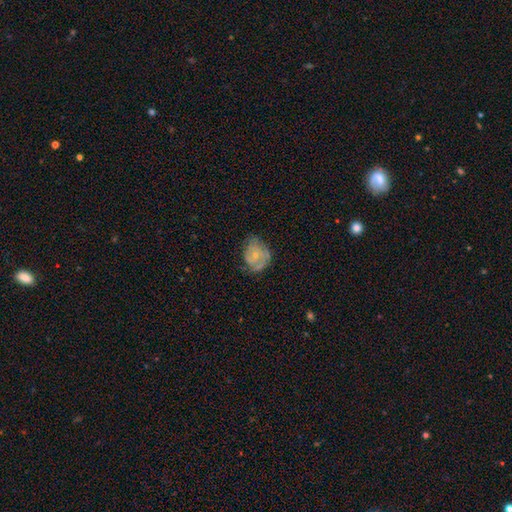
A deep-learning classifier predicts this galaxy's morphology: Smooth or featured? Predicted: featured or disk (p=0.60). Edge-on disk? Predicted: no (p=0.97). Bar? Predicted: no (p=0.80). Spiral arms? Predicted: yes (p=0.77). Bulge size? Predicted: small (p=0.62). Merging? Predicted: none (p=0.55).